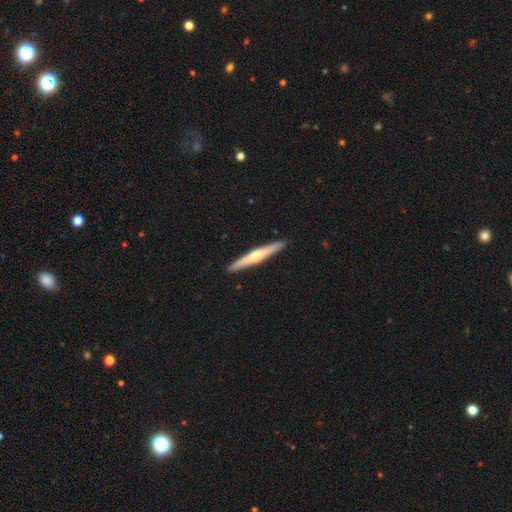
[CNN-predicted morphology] A featured or disk galaxy (60%) viewed edge-on (97%) with a rounded central bulge (82%). Merging: none (93%).